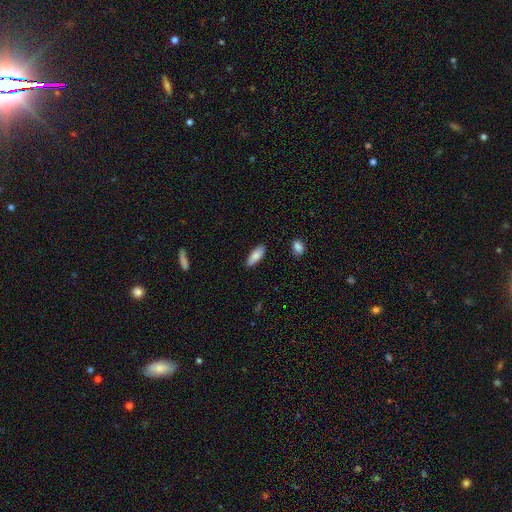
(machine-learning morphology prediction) A smooth galaxy with no disk features (85%) that is in between round and cigar-shaped (71%). Merging: none (86%).